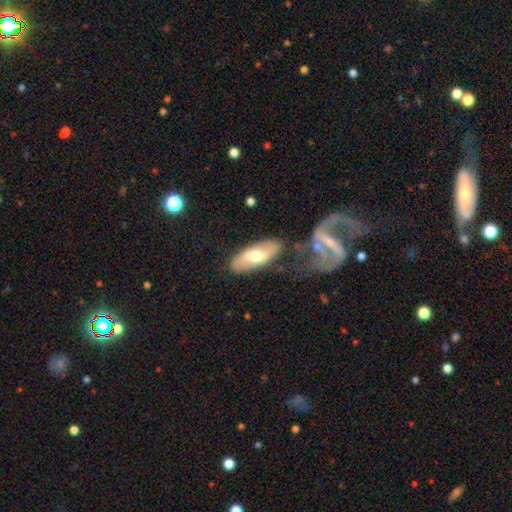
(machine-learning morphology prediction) A featured or disk galaxy (51%).

Vote fractions:
- Smooth or featured? featured or disk: 51% / smooth: 44% / star or artifact: 6%
- Edge-on disk? no: 80% / yes: 20%
- Merging? none: 75% / minor disturbance: 14% / merger: 7% / major disturbance: 4%